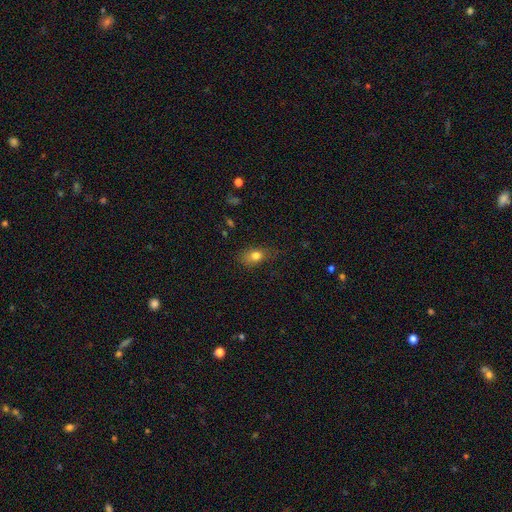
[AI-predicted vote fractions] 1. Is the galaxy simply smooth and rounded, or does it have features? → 78% smooth, 12% star or artifact, 11% featured or disk.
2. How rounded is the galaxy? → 69% in between, 28% round, 3% cigar-shaped.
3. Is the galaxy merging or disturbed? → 68% none, 23% minor disturbance, 8% major disturbance, 2% merger.